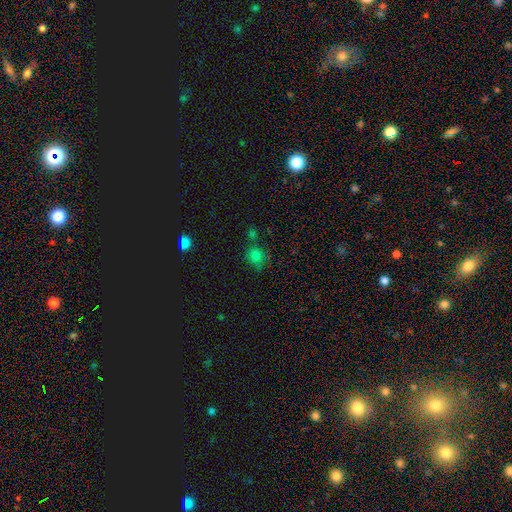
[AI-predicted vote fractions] Smooth or featured? smooth (76%)
How rounded? round (73%)
Merging? none (59%)